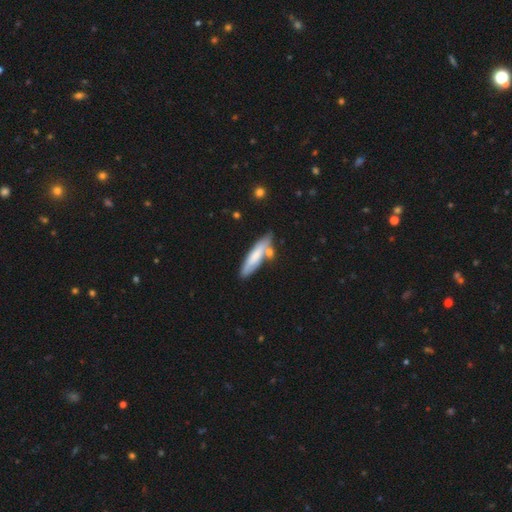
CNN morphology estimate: This is likely a smooth galaxy (68%). How rounded: likely cigar-shaped (78%). Merging: likely none (68%).